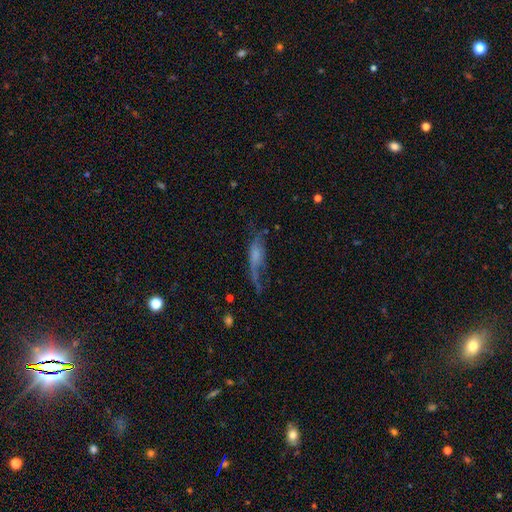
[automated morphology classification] A featured or disk galaxy (45%).

Vote fractions:
- Smooth or featured? featured or disk: 45% / smooth: 44% / star or artifact: 11%
- Merging? none: 34% (tied) / major disturbance: 34% (tied) / minor disturbance: 27% / merger: 5%